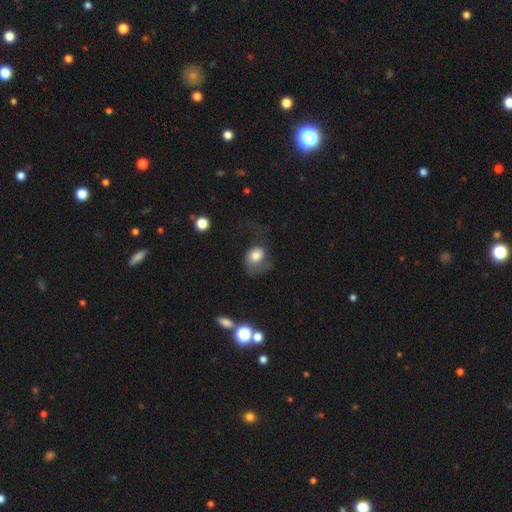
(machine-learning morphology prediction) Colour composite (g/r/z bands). It shows a smooth galaxy with no disk features (71%) that is in between round and cigar-shaped (57%). Merging: major disturbance (48%).